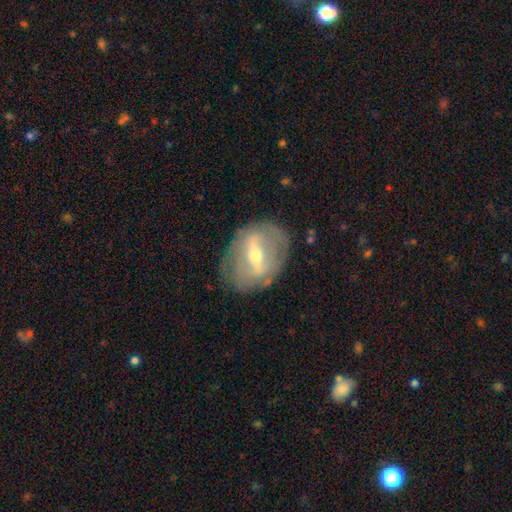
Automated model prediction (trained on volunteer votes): Smooth or featured?
  - featured or disk: 73% *
  - smooth: 20%
  - star or artifact: 7%
Edge-on disk?
  - no: 86% *
  - yes: 14%
Bar?
  - strong: 65% *
  - weak: 27%
  - no: 8%
Spiral arms?
  - no: 62% *
  - yes: 38%
Bulge size?
  - moderate: 60% *
  - small: 33%
  - large: 5%
  - none: 1%
  - dominant: 1%
Merging?
  - none: 75% *
  - minor disturbance: 16%
  - major disturbance: 7%
  - merger: 1%